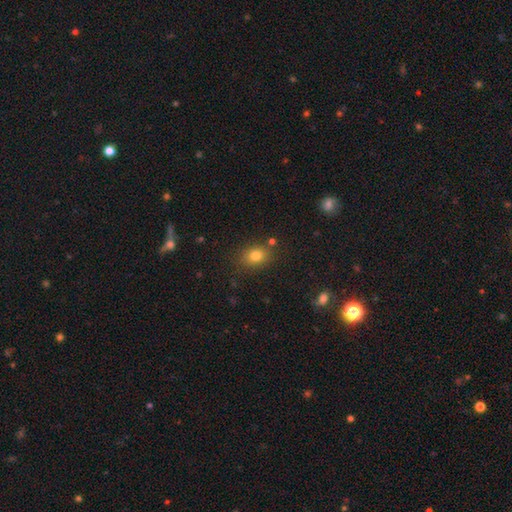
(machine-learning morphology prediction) Overall: smooth (80%). How rounded: in between (63%; round 35%). Merging: none (79%).